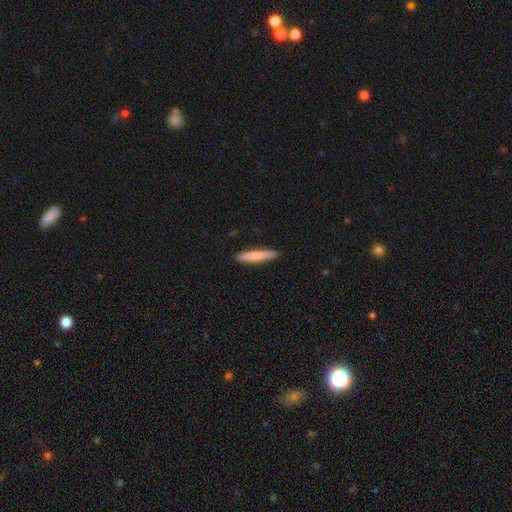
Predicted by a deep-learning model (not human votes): Smooth or featured?
  - smooth: 76% *
  - featured or disk: 19%
  - star or artifact: 5%
How rounded?
  - cigar-shaped: 92% *
  - in between: 7%
  - round: 1%
Merging?
  - none: 91% *
  - minor disturbance: 7%
  - major disturbance: 1%
  - merger: 1%